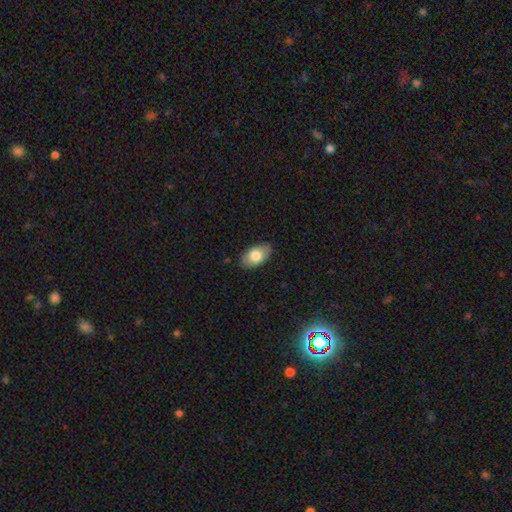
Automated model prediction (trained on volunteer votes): Overall: smooth (78%). How rounded: in between (93%). Merging: none (86%).